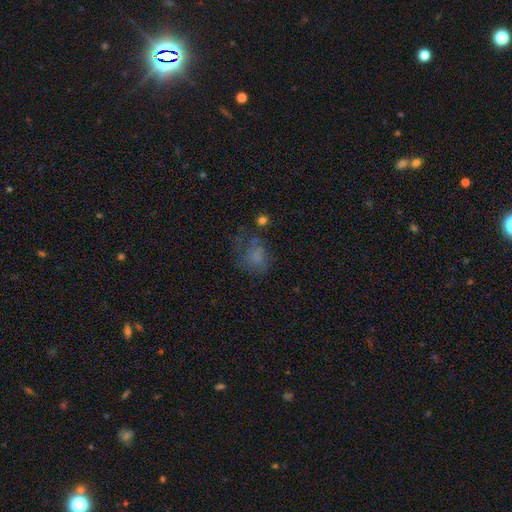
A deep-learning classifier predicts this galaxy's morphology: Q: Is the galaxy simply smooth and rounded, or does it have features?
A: smooth — 58%.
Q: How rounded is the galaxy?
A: in between — 49%, tied with round.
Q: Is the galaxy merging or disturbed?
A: none — 39%.